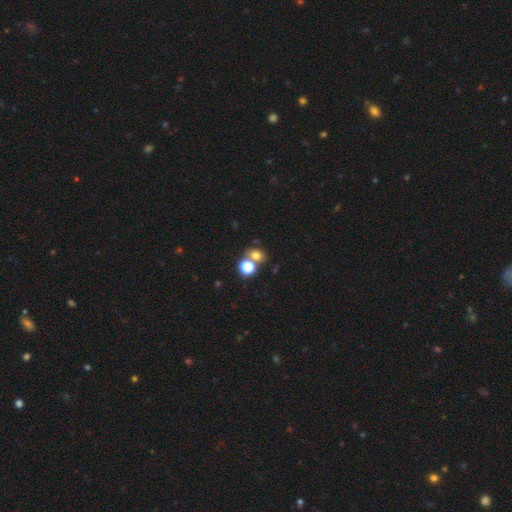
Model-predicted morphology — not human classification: smooth_or_featured: smooth (p=0.69) [alt: star or artifact p=0.21]
how_rounded: round (p=0.64) [alt: in between p=0.35]
merging: none (p=0.55) [alt: merger p=0.32]